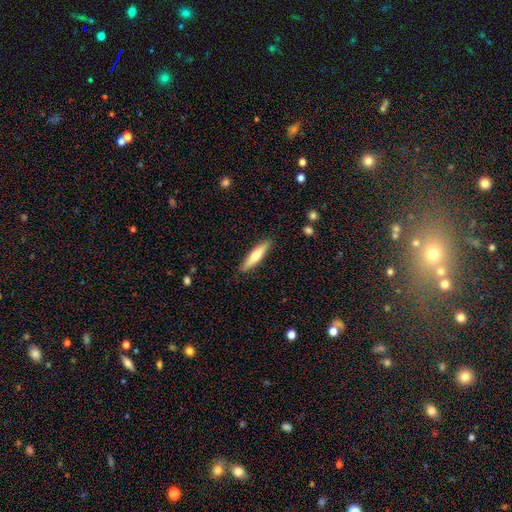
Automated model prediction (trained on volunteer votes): smooth-or-featured: smooth: 61% | featured or disk: 33% | star or artifact: 5%
  how-rounded: cigar-shaped: 81% | in between: 17% | round: 1%
  merging: none: 88% | minor disturbance: 9% | major disturbance: 2% | merger: 1%